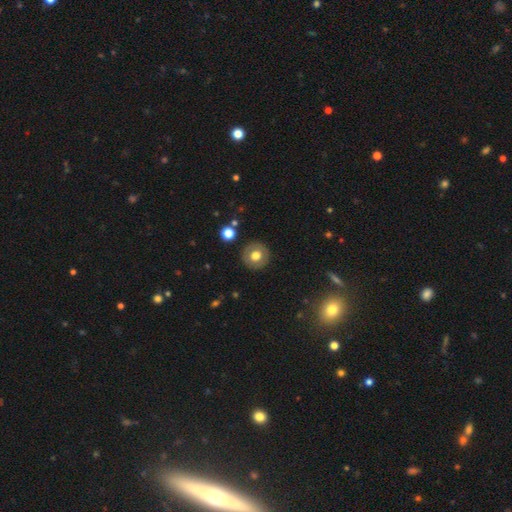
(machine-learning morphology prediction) A smooth galaxy with no disk features (65%) that is round (93%). Merging: none (89%).